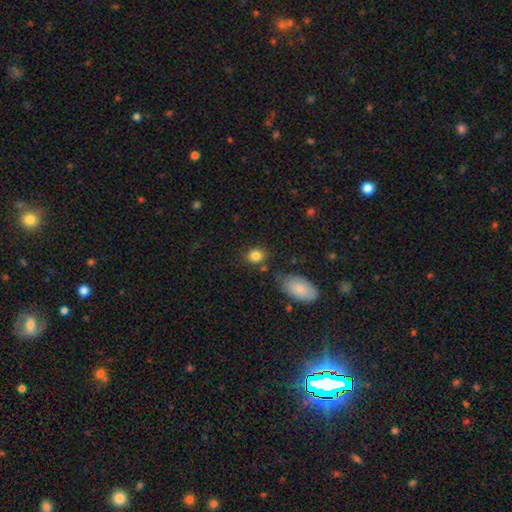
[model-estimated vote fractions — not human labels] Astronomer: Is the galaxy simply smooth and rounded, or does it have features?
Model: smooth — 84%.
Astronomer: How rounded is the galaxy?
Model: round — 68%.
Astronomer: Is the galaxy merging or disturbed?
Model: none — 77%.